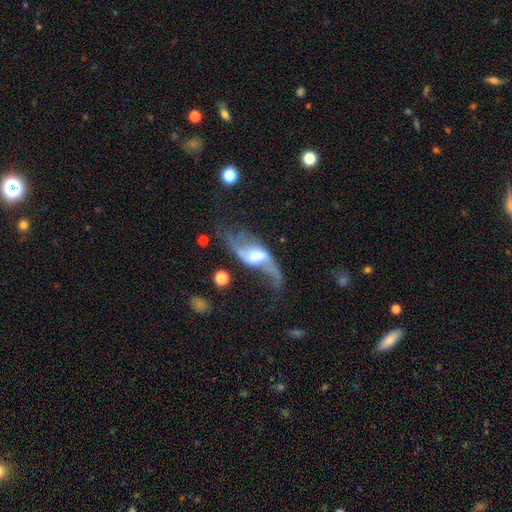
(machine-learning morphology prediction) featured or disk 83%, smooth 10%, star or artifact 6%. Down the decision tree: edge-on disk — no (91%); bar — weak (49%); spiral arms — yes (92%); spiral arm count — 2 (89%); spiral winding — loose (84%); bulge size — moderate (46%); merging — none (50%).